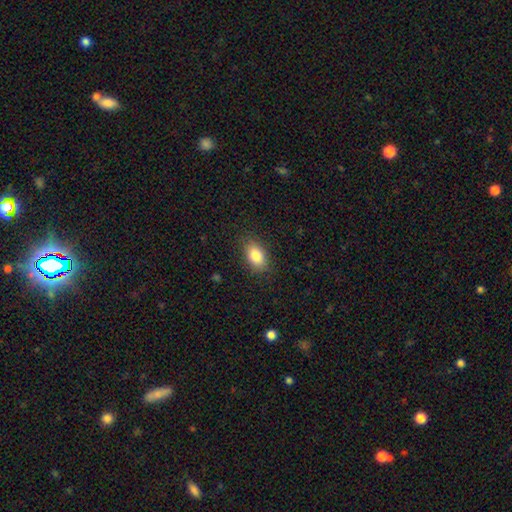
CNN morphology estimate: type=smooth (84%); roundness=in between (88%); merging=none (85%).